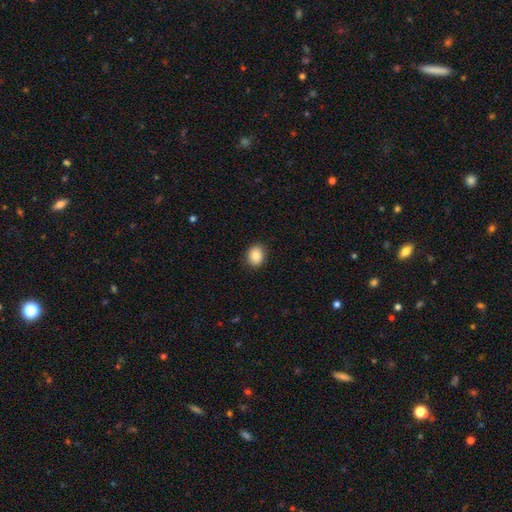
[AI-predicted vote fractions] Morphology: type=smooth (86%); roundness=round (63%); merging=none (89%).